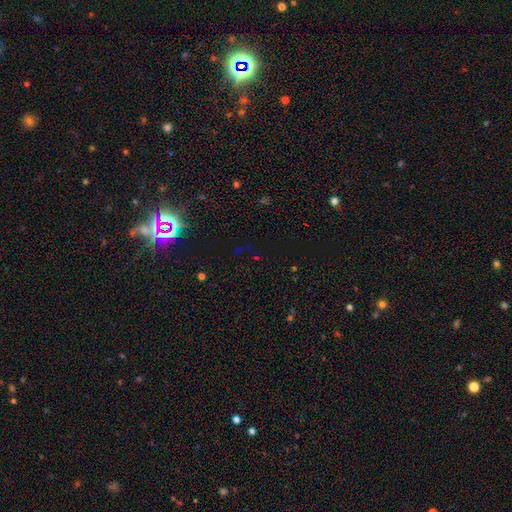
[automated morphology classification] A star or artifact, not a galaxy (69%).